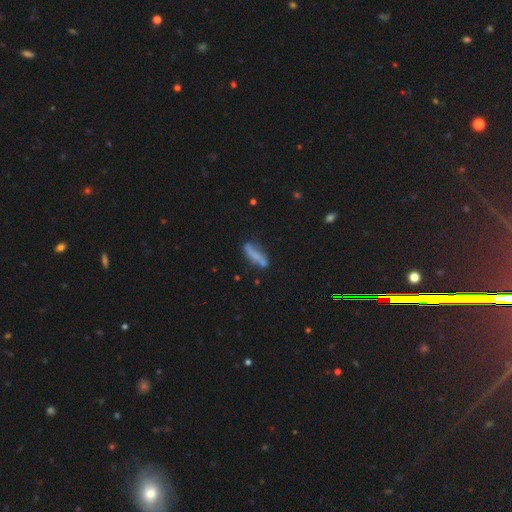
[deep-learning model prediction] This is possibly a smooth galaxy (57%). How rounded: likely cigar-shaped (70%). Merging: possibly none (58%).